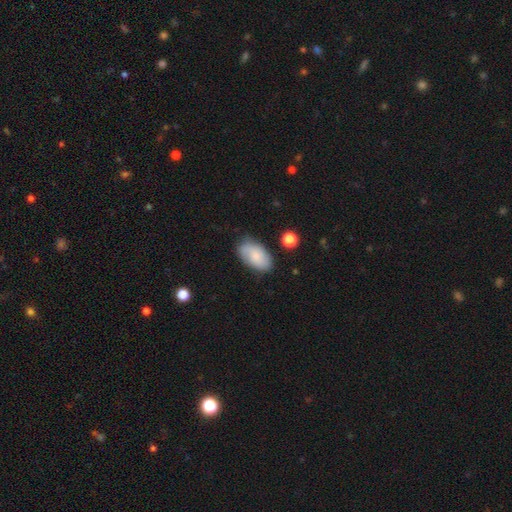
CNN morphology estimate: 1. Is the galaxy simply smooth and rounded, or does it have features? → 70% smooth, 23% featured or disk, 7% star or artifact.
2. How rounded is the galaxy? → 94% in between, 4% round, 2% cigar-shaped.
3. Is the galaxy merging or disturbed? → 71% none, 21% minor disturbance, 5% major disturbance, 3% merger.